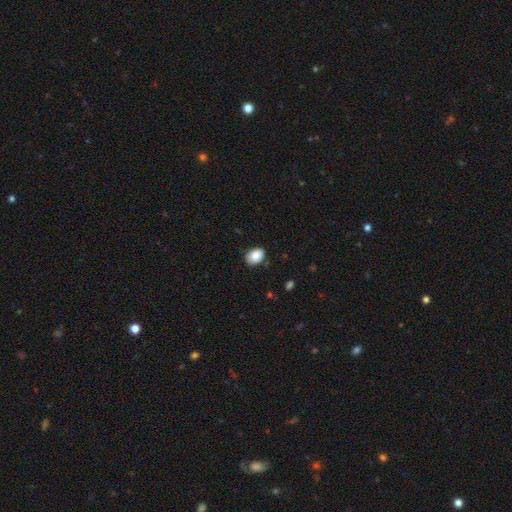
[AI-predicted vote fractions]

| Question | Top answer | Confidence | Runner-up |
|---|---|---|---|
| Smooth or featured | smooth | 85% | star or artifact (8%) |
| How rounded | in between | 71% | round (28%) |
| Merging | none | 78% | minor disturbance (17%) |